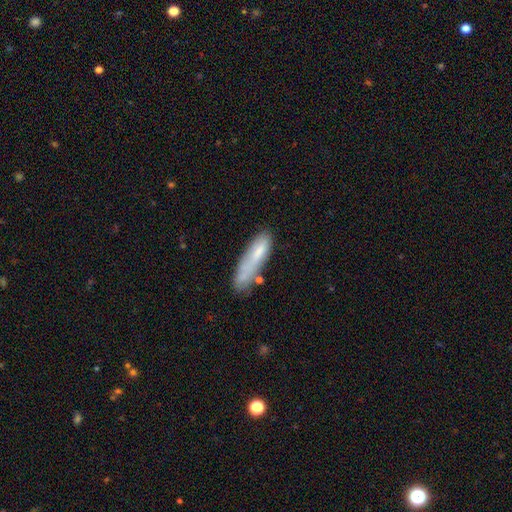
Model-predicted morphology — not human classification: Q: Smooth or featured?
A: smooth (72%); runner-up: featured or disk (21%)
Q: How rounded?
A: cigar-shaped (71%); runner-up: in between (27%)
Q: Merging?
A: none (53%); runner-up: minor disturbance (26%)